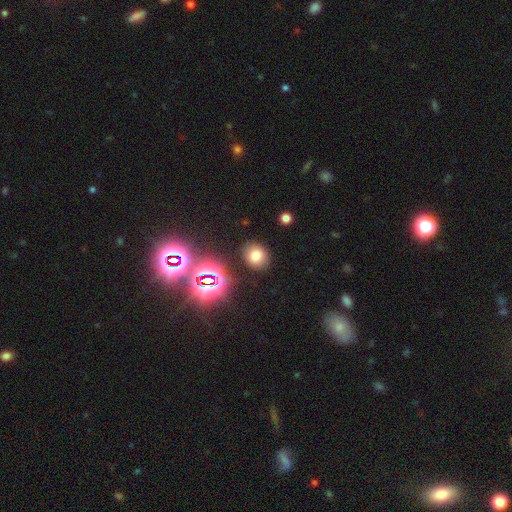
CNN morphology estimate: A smooth galaxy with no disk features (70%) that is round (68%). Merging: none (86%).